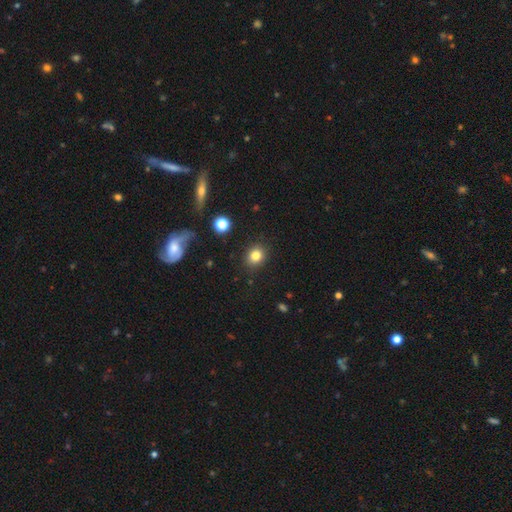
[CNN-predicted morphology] smooth-or-featured: smooth: 81% | star or artifact: 12% | featured or disk: 7%
  how-rounded: round: 72% | in between: 28% | cigar-shaped: 1%
  merging: none: 88% | minor disturbance: 8% | major disturbance: 2% | merger: 1%